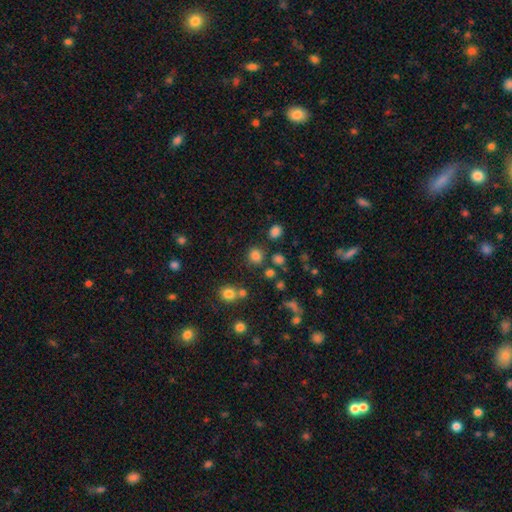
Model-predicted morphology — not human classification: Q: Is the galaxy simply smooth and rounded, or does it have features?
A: smooth — 79%.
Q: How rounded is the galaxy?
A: round — 85%.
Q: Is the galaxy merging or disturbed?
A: none — 76%.